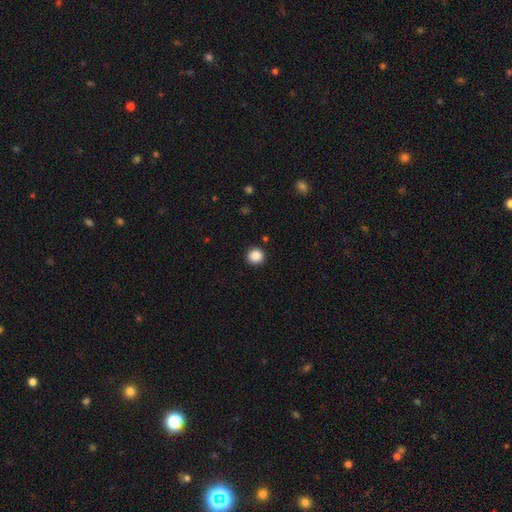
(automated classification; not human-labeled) This is clearly a smooth galaxy (87%). How rounded: clearly round (95%). Merging: clearly none (92%).